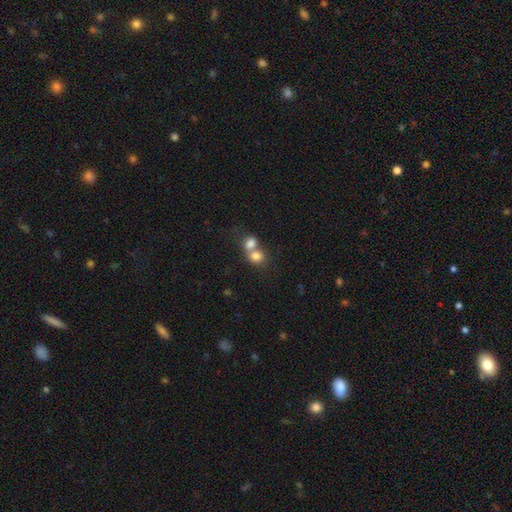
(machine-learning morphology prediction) A smooth galaxy with no disk features (77%) that is round (68%). Merging: merger (67%).